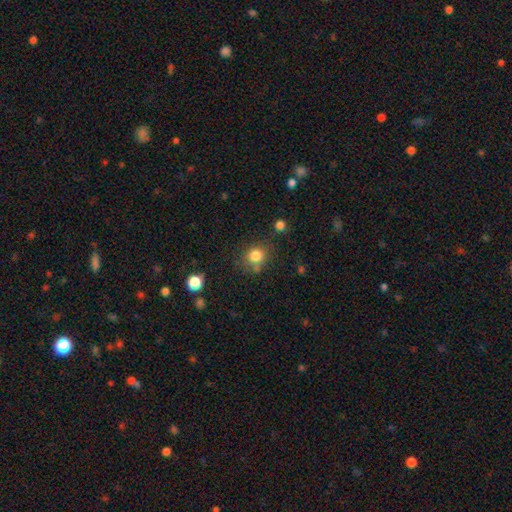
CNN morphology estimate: The model was most divided on "merging": none: 71%, minor disturbance: 15%, merger: 9%, major disturbance: 5%. More confident: smooth or featured — smooth (81%); how rounded — round (80%).